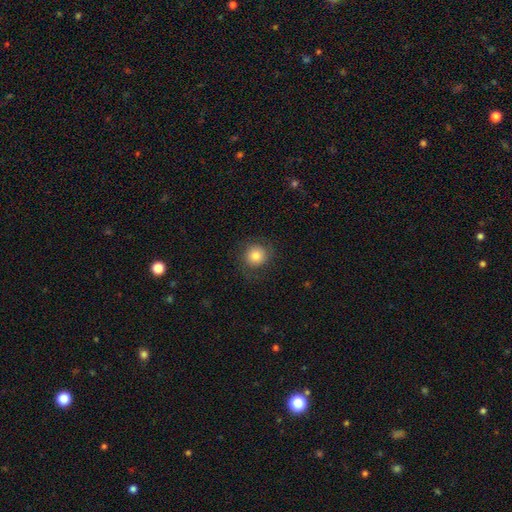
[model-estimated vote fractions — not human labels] Smooth or featured: smooth — 77% (featured or disk — 14%)
How rounded: round — 91% (in between — 8%)
Merging: none — 80% (minor disturbance — 12%)